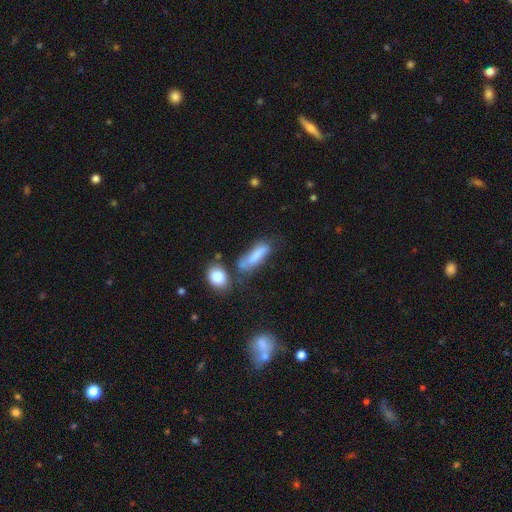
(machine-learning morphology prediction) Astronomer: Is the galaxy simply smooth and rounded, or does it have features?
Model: smooth — 75%.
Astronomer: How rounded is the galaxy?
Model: cigar-shaped — 52% (runner-up: in between, 45%).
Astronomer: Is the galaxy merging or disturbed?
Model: none — 43% (runner-up: minor disturbance, 23%).